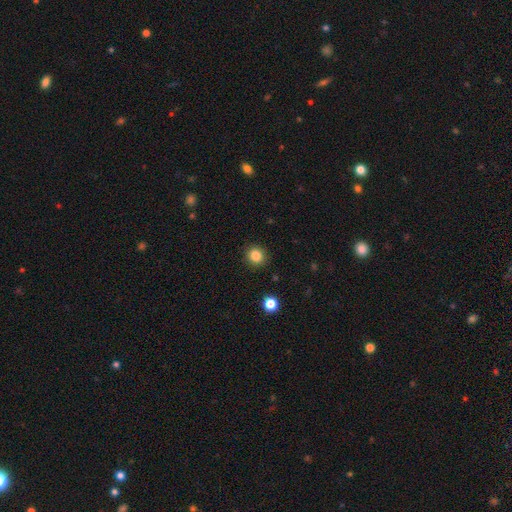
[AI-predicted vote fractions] The model was most divided on "smooth or featured": smooth: 85%, star or artifact: 11%, featured or disk: 4%. More confident: merging — none (90%); how rounded — round (87%).